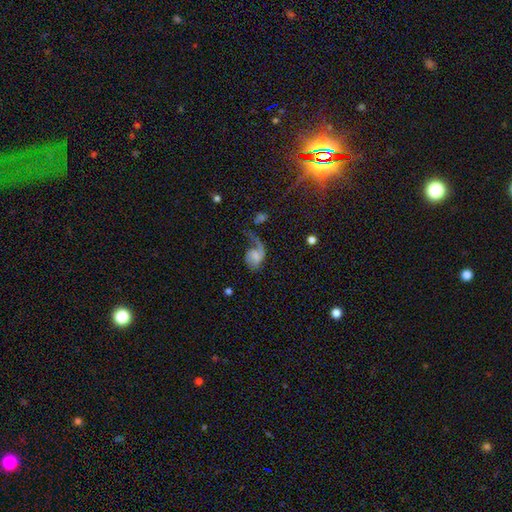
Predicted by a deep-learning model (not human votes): This is likely a featured or disk galaxy (68%). It is clearly not viewed edge-on (98%). Bar: possibly no (56%). Spiral arm pattern: clearly yes (89%). Spiral arm count: possibly 1 (58%). Spiral winding: possibly loose (55%). Central bulge: marginally small (41%). Merging: possibly major disturbance (47%).